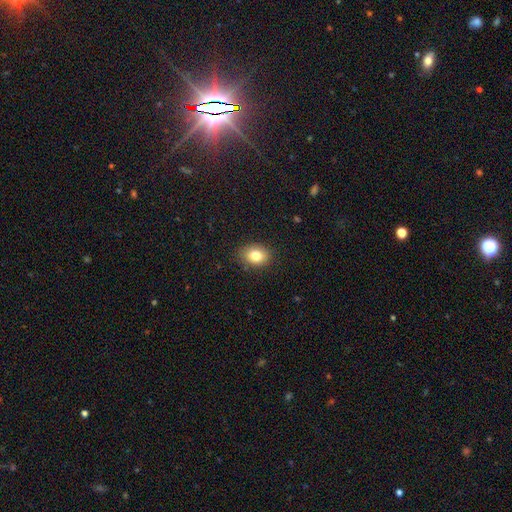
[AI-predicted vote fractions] smooth 81%, star or artifact 10%, featured or disk 9%. Down the decision tree: how rounded — in between (64%); merging — none (87%).